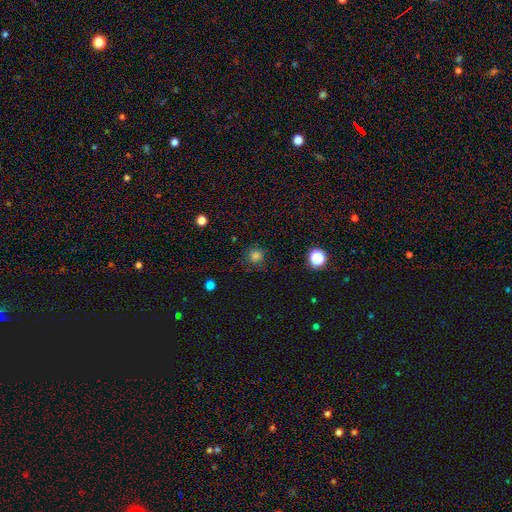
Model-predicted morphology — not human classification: Smooth or featured?
  - smooth: 78% *
  - star or artifact: 18%
  - featured or disk: 5%
How rounded?
  - round: 91% *
  - in between: 8%
  - cigar-shaped: 1%
Merging?
  - none: 83% *
  - minor disturbance: 12%
  - major disturbance: 4%
  - merger: 1%